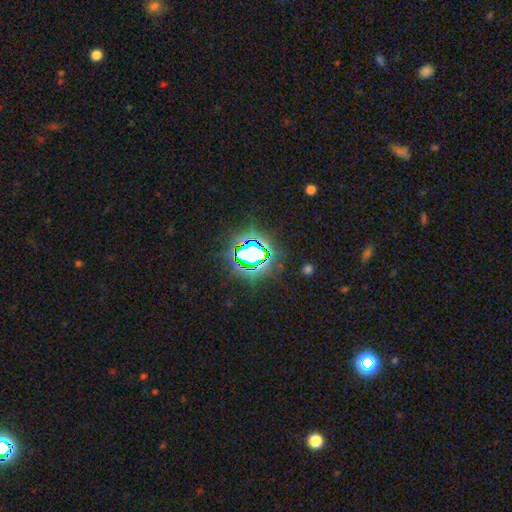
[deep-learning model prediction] This is likely a star or artifact rather than a galaxy (72%).